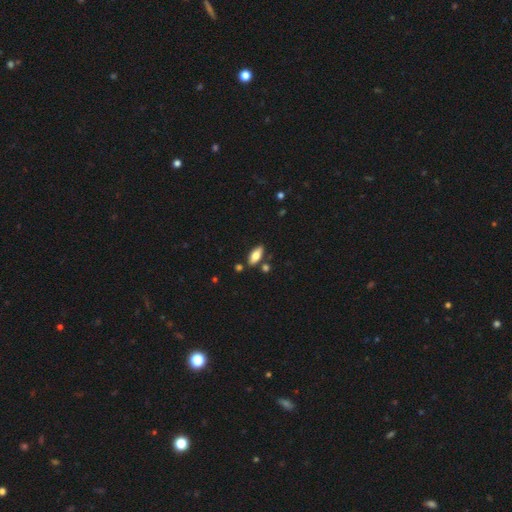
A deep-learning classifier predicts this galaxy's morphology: Smooth or featured? Predicted: smooth (p=0.75). How rounded? Predicted: in between (p=0.83). Merging? Predicted: none (p=0.81).